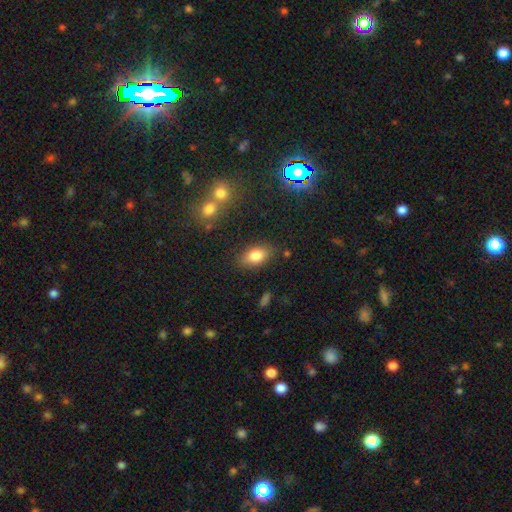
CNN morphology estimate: Smooth or featured?
  - smooth: 82% *
  - featured or disk: 10%
  - star or artifact: 8%
How rounded?
  - in between: 90% *
  - round: 7%
  - cigar-shaped: 3%
Merging?
  - none: 83% *
  - minor disturbance: 11%
  - major disturbance: 3%
  - merger: 3%